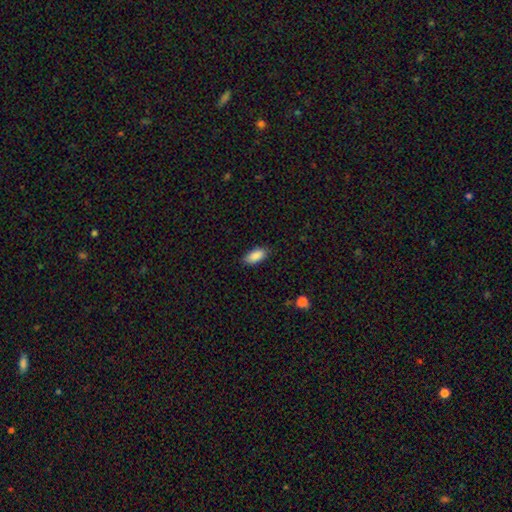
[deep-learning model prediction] Morphology: type=smooth (89%); roundness=in between (90%); merging=none (86%).